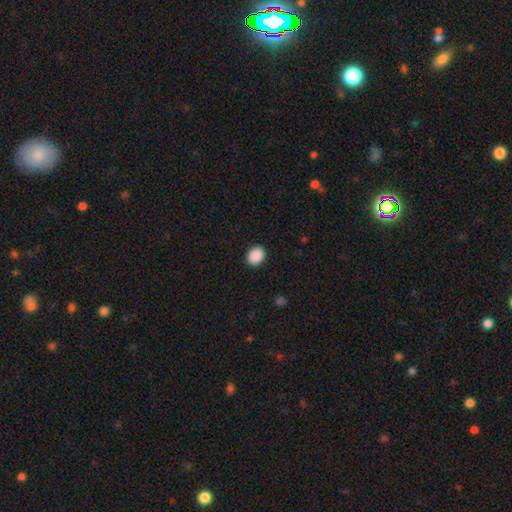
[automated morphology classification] type=smooth (90%); roundness=round (56%); merging=none (91%).